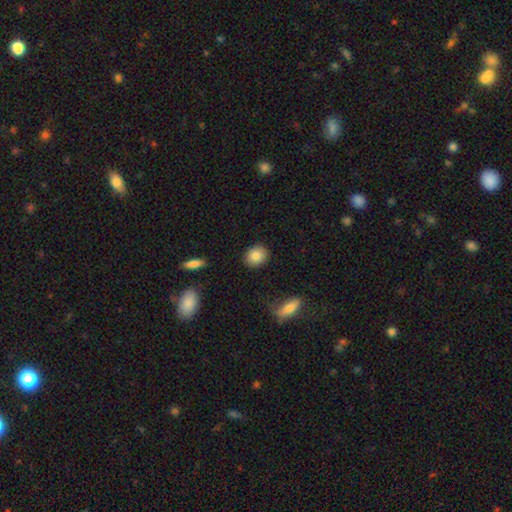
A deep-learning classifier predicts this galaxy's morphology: The model was most divided on "how rounded": round: 69%, in between: 29%, cigar-shaped: 1%. More confident: merging — none (89%); smooth or featured — smooth (85%).